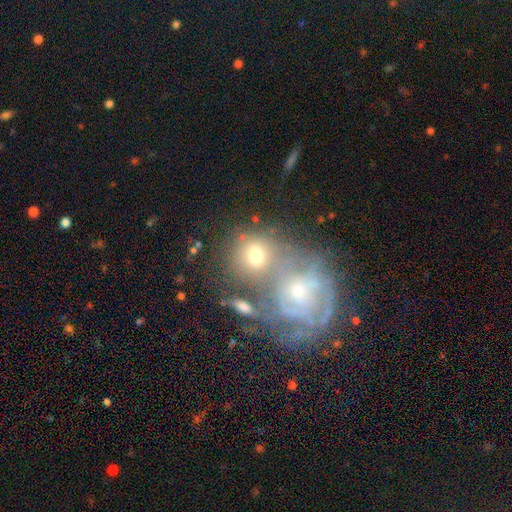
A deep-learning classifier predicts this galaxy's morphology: smooth-or-featured: smooth: 59% | featured or disk: 25% | star or artifact: 16%
  how-rounded: round: 71% | in between: 27% | cigar-shaped: 2%
  merging: merger: 48% | none: 36% | minor disturbance: 9% | major disturbance: 7%